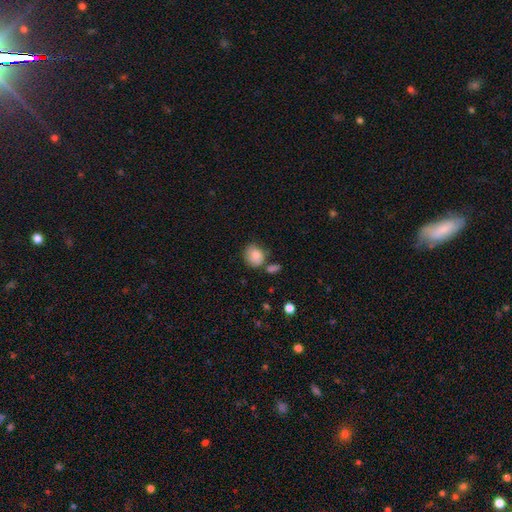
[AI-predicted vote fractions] Q: Smooth or featured?
A: smooth (83%); runner-up: featured or disk (8%)
Q: How rounded?
A: round (64%); runner-up: in between (35%)
Q: Merging?
A: none (59%); runner-up: minor disturbance (21%)